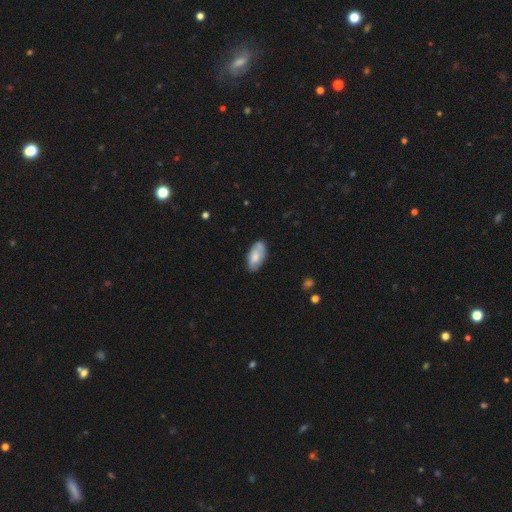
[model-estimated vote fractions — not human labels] Smooth or featured?
  - smooth: 76% *
  - featured or disk: 18%
  - star or artifact: 6%
How rounded?
  - in between: 93% *
  - cigar-shaped: 5%
  - round: 2%
Merging?
  - none: 76% *
  - minor disturbance: 18%
  - major disturbance: 3%
  - merger: 2%